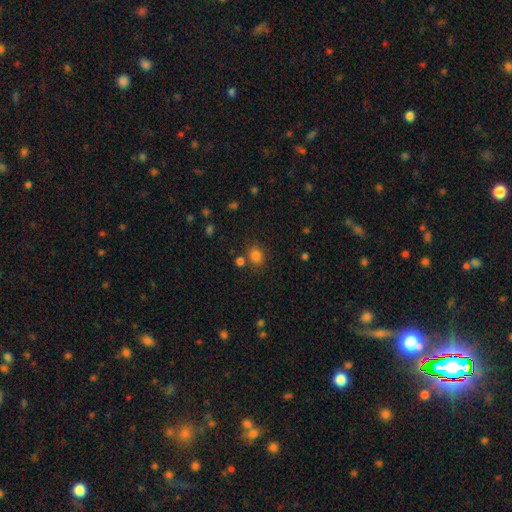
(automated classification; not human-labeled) smooth_or_featured: smooth (p=0.82) [alt: star or artifact p=0.13]
how_rounded: round (p=0.63) [alt: in between p=0.36]
merging: none (p=0.75) [alt: minor disturbance p=0.11]